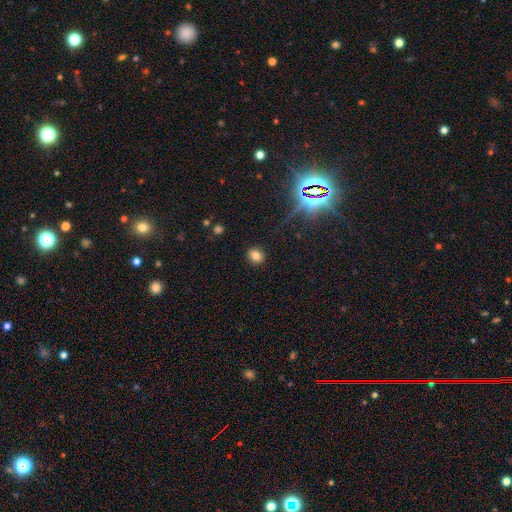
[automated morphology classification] Q: Smooth or featured?
A: smooth (78%); runner-up: star or artifact (15%)
Q: How rounded?
A: round (68%); runner-up: in between (31%)
Q: Merging?
A: none (89%); runner-up: minor disturbance (7%)